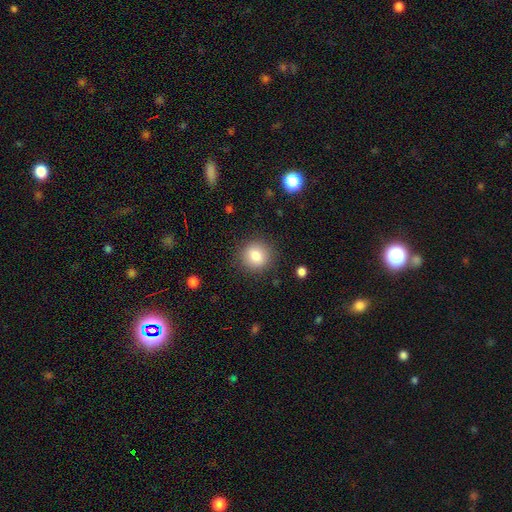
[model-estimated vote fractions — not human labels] Smooth or featured? Predicted: smooth (p=0.82). How rounded? Predicted: round (p=0.89). Merging? Predicted: none (p=0.88).